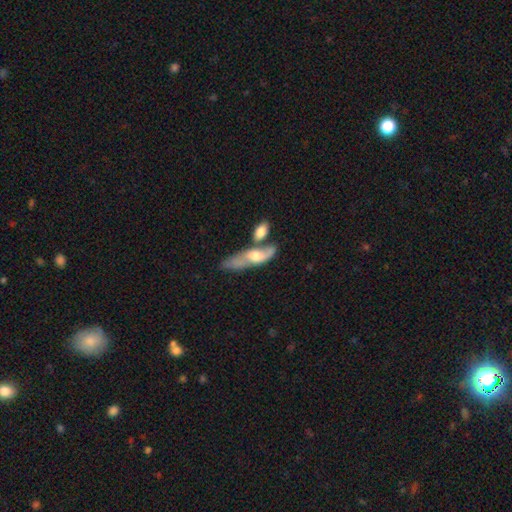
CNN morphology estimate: Smooth or featured? Predicted: featured or disk (p=0.48). Merging? Predicted: merger (p=0.38).